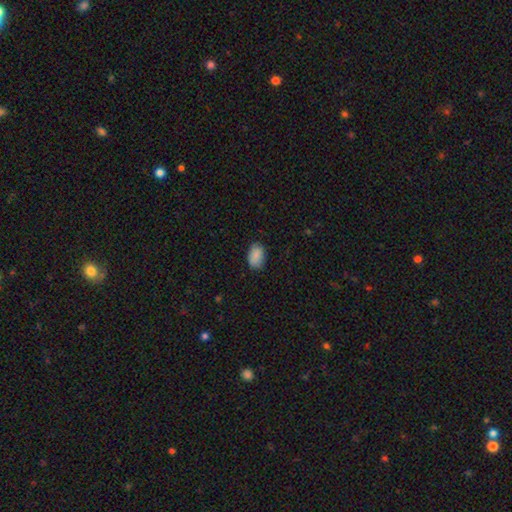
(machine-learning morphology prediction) type=smooth (89%); roundness=in between (89%); merging=none (81%).